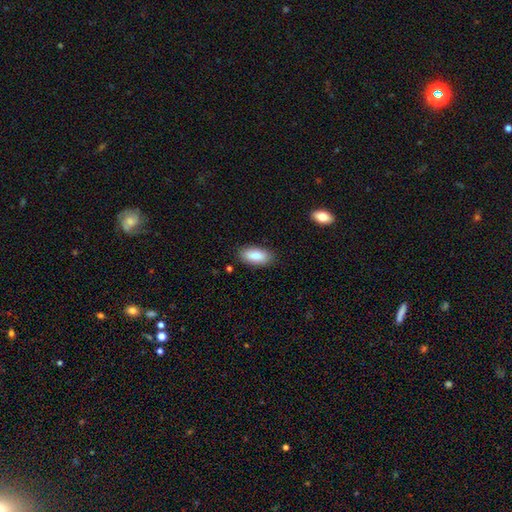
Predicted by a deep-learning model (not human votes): A smooth galaxy with no disk features (85%) that is in between round and cigar-shaped (89%). Merging: none (87%).